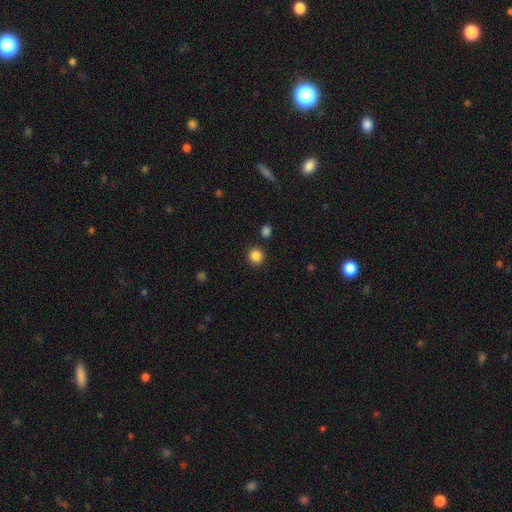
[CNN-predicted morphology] This is clearly a smooth galaxy (86%). How rounded: clearly round (94%). Merging: clearly none (89%).